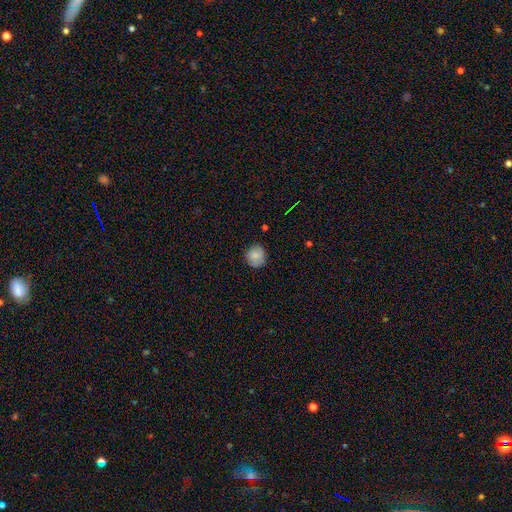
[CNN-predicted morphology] type=smooth (83%); roundness=round (87%); merging=none (81%).